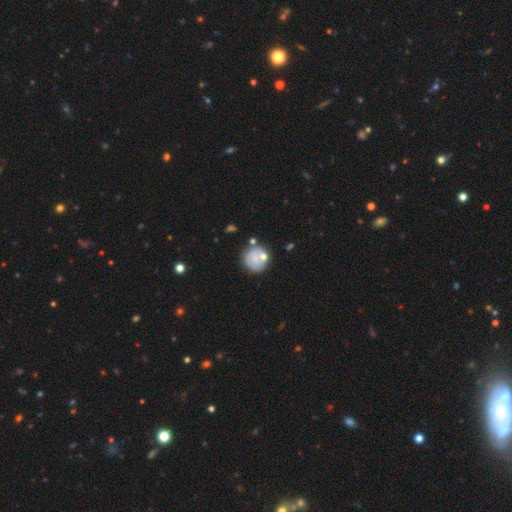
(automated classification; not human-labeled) Smooth or featured: smooth — 62% (featured or disk — 30%)
How rounded: round — 90% (in between — 9%)
Merging: none — 64% (minor disturbance — 18%)